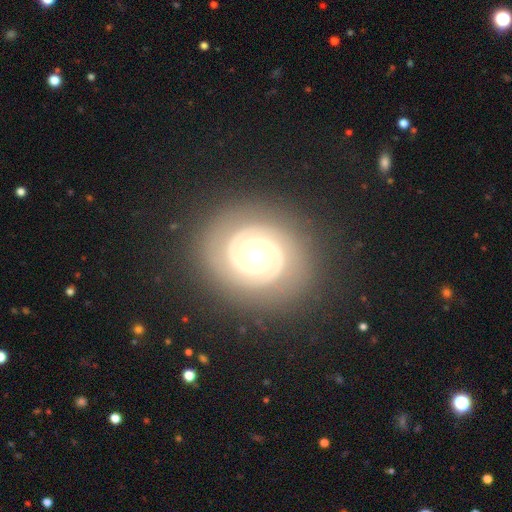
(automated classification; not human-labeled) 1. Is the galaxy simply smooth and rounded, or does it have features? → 91% featured or disk, 5% smooth, 4% star or artifact.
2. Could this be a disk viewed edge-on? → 97% no, 3% yes.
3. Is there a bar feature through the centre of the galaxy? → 69% no, 19% weak, 12% strong.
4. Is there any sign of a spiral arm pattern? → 97% yes, 3% no.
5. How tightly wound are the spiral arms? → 86% tight, 12% medium, 2% loose.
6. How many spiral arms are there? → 77% 2, 10% 3, 6% can't tell, 3% 1, 2% 4, 2% more than 4.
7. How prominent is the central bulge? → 71% moderate, 20% small, 7% large, 1% dominant, 1% none.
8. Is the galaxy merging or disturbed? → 84% none, 10% minor disturbance, 4% major disturbance, 1% merger.